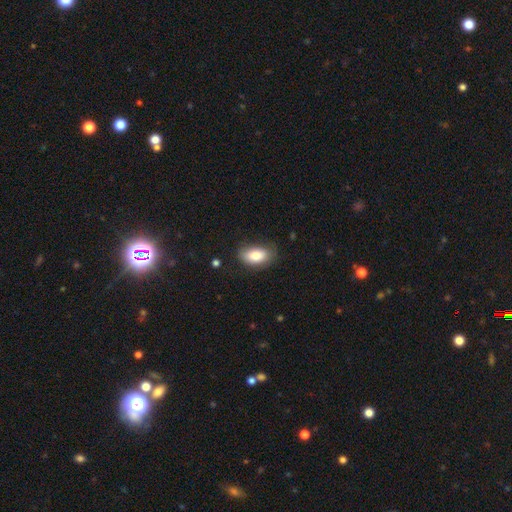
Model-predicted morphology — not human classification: This appears to be a smooth galaxy with no disk features (84%) that is in between round and cigar-shaped (91%). Merging: none (77%).